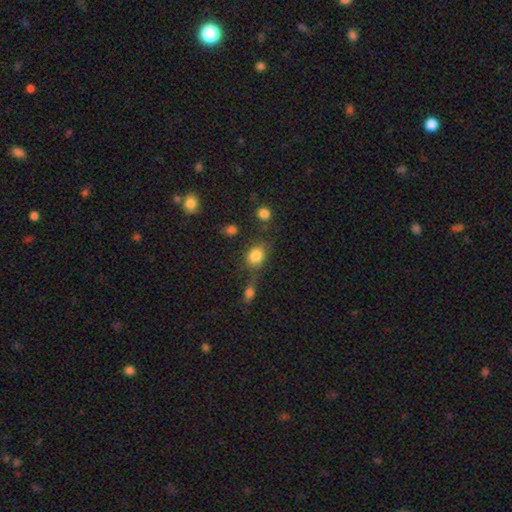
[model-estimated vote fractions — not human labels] smooth 82%, star or artifact 10%, featured or disk 7%. Down the decision tree: how rounded — round (52%); merging — none (57%).